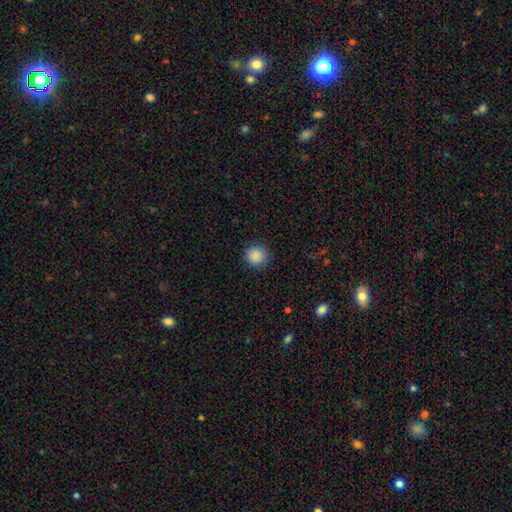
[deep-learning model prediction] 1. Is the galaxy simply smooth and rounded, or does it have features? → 88% smooth, 9% star or artifact, 4% featured or disk.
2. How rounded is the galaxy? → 94% round, 5% in between, 1% cigar-shaped.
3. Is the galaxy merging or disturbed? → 87% none, 9% minor disturbance, 3% major disturbance, 1% merger.